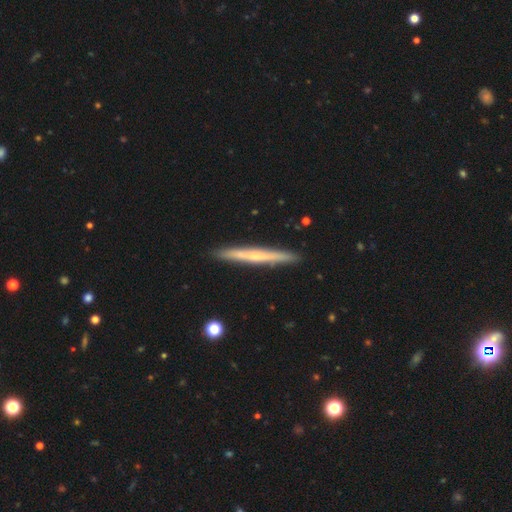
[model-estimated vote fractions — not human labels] Smooth or featured?
  - featured or disk: 54% *
  - smooth: 40%
  - star or artifact: 6%
Edge-on disk?
  - yes: 97% *
  - no: 3%
Edge-on bulge?
  - none: 59% *
  - rounded: 35%
  - boxy: 5%
Merging?
  - none: 91% *
  - minor disturbance: 6%
  - major disturbance: 1%
  - merger: 1%